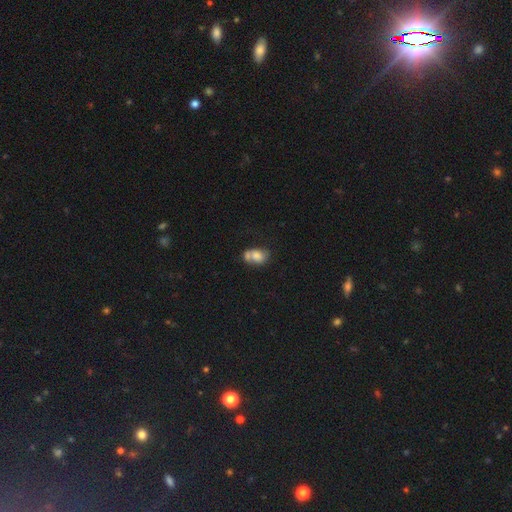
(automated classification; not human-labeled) Morphology: type=smooth (71%); roundness=in between (76%); merging=merger (44%).